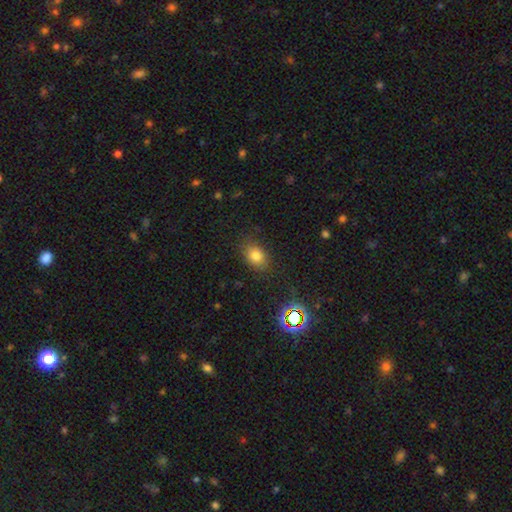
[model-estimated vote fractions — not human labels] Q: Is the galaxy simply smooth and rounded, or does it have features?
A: smooth — 78%.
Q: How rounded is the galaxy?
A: in between — 68%.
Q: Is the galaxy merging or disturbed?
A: none — 81%.